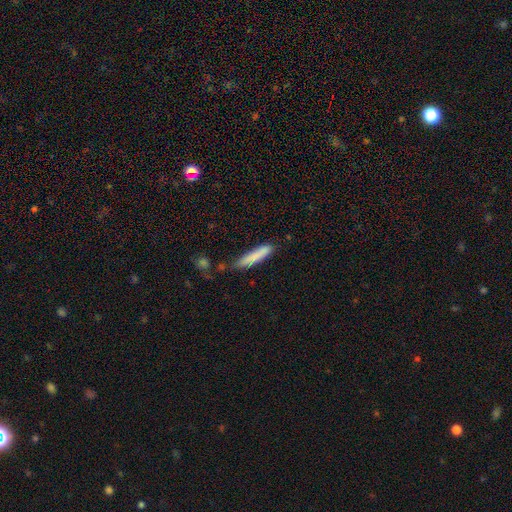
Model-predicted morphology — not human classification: Q: Smooth or featured?
A: smooth (82%); runner-up: featured or disk (12%)
Q: How rounded?
A: cigar-shaped (90%); runner-up: in between (9%)
Q: Merging?
A: none (74%); runner-up: minor disturbance (18%)